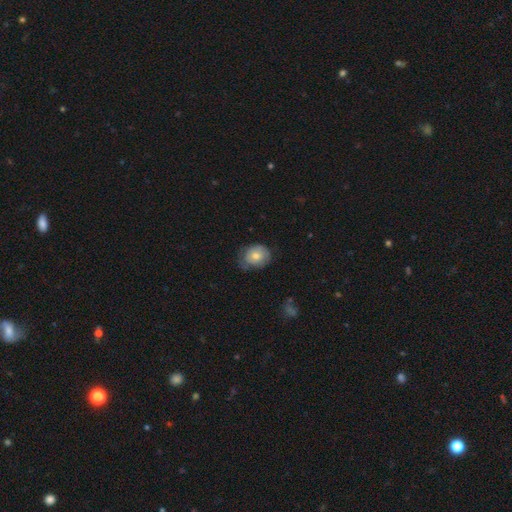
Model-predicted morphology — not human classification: smooth 65%, featured or disk 28%, star or artifact 7%. Down the decision tree: how rounded — round (50%); merging — none (58%).